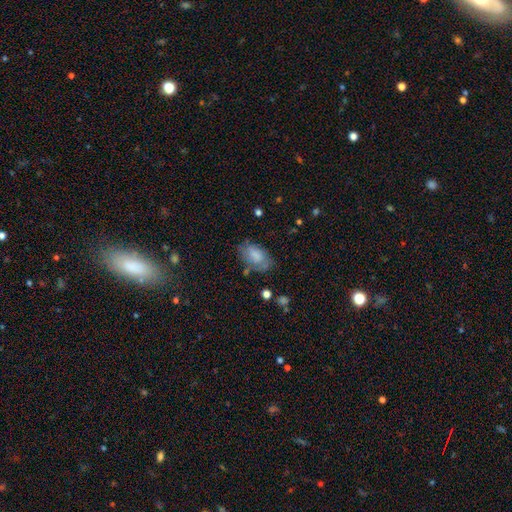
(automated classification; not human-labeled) The model was most divided on "merging": none: 62%, minor disturbance: 25%, major disturbance: 9%, merger: 4%. More confident: how rounded — in between (93%); smooth or featured — smooth (73%).